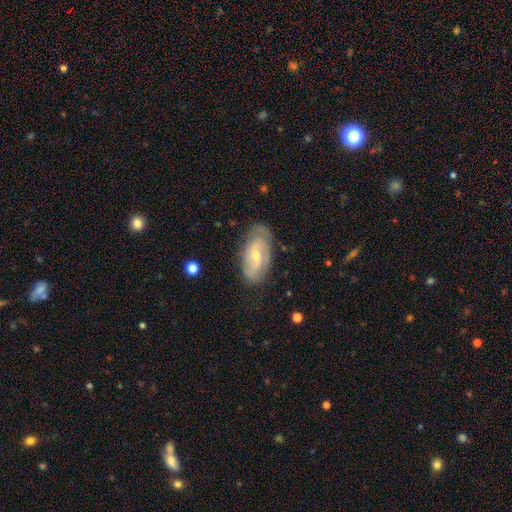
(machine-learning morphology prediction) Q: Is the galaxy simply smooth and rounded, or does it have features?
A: featured or disk — 75%.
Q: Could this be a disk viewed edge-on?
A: no — 94%.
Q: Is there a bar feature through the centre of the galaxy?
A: weak — 45%.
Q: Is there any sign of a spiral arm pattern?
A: yes — 91%.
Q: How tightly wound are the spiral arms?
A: medium — 44%.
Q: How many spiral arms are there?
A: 2 — 67%.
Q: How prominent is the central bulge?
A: small — 60%.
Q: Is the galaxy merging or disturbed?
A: none — 73%.